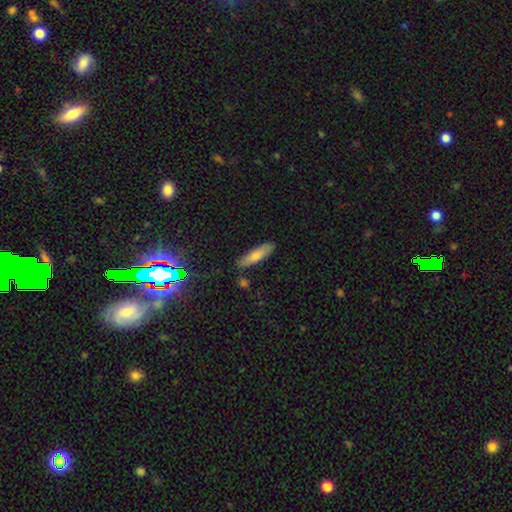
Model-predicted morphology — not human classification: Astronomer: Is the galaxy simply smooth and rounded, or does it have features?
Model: smooth — 74%.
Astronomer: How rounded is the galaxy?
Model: cigar-shaped — 63%.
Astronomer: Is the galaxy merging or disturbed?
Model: none — 84%.